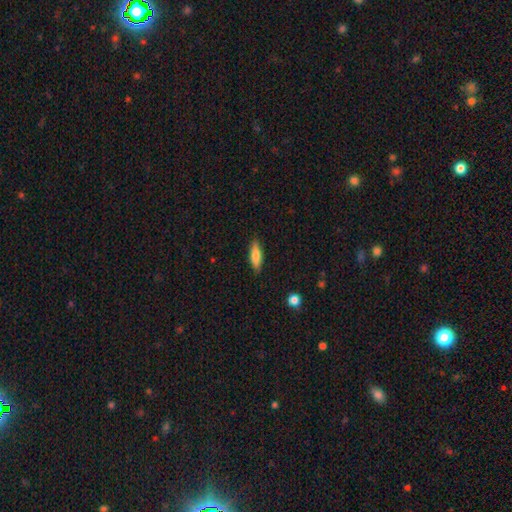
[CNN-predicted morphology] Smooth or featured? smooth (73%)
How rounded? cigar-shaped (57%)
Merging? none (87%)